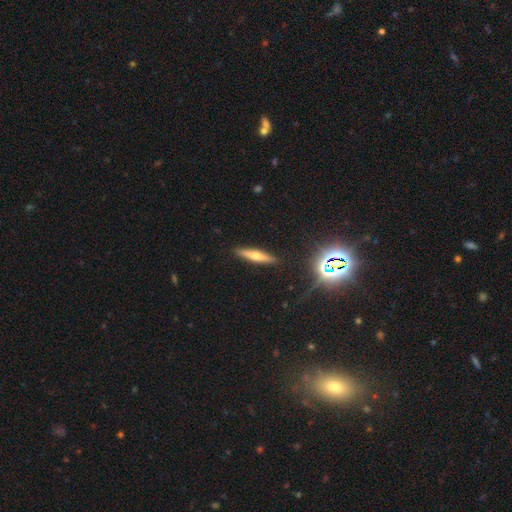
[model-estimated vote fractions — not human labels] Smooth or featured? Predicted: smooth (p=0.46). Merging? Predicted: none (p=0.90).